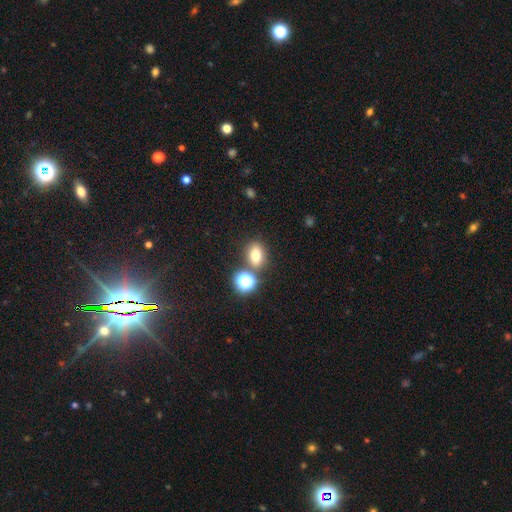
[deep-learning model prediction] smooth 75%, star or artifact 16%, featured or disk 8%. Down the decision tree: how rounded — in between (55%); merging — none (72%).